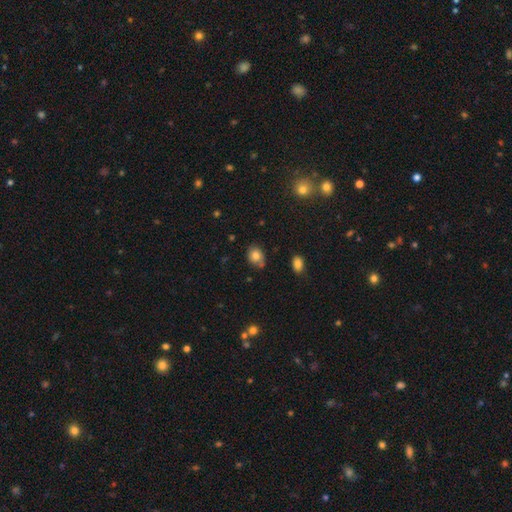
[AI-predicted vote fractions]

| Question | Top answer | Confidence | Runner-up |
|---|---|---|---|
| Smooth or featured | smooth | 79% | star or artifact (11%) |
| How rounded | round | 56% | in between (43%) |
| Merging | none | 70% | minor disturbance (20%) |